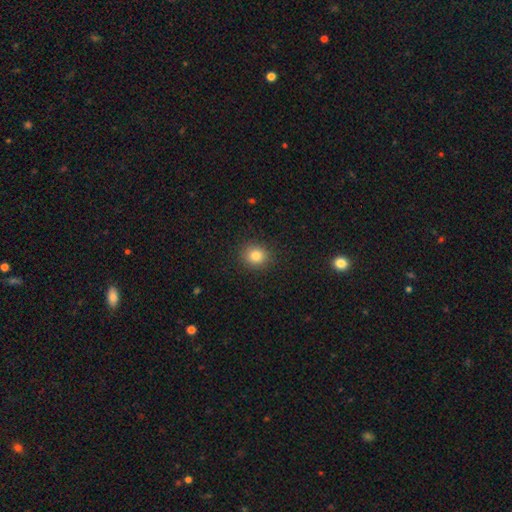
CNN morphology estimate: A smooth galaxy with no disk features (83%) that is round (78%). Merging: none (90%).